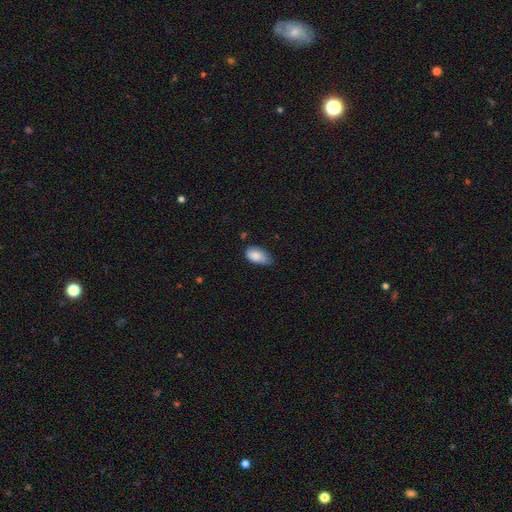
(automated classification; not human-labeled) A smooth galaxy with no disk features (85%) that is in between round and cigar-shaped (93%).

Vote fractions:
- Smooth or featured? smooth: 85% / featured or disk: 8% / star or artifact: 7%
- How rounded? in between: 93% / round: 5% / cigar-shaped: 2%
- Merging? minor disturbance: 46% / none: 42% / major disturbance: 9% / merger: 2%